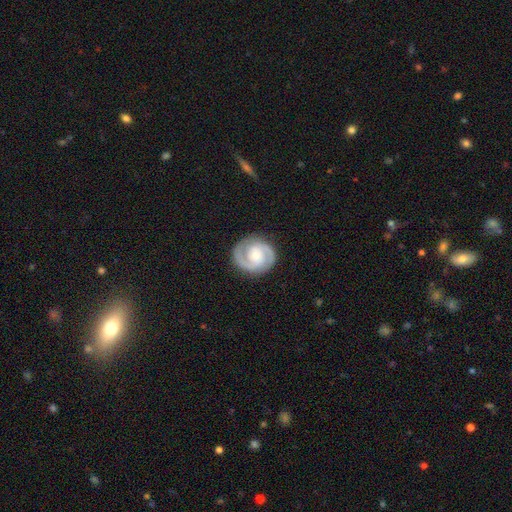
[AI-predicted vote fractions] featured or disk 86%, smooth 10%, star or artifact 4%. Down the decision tree: edge-on disk — no (98%); bar — no (60%); spiral arms — yes (97%); spiral arm count — 2 (90%); spiral winding — tight (52%); bulge size — small (52%); merging — none (86%).